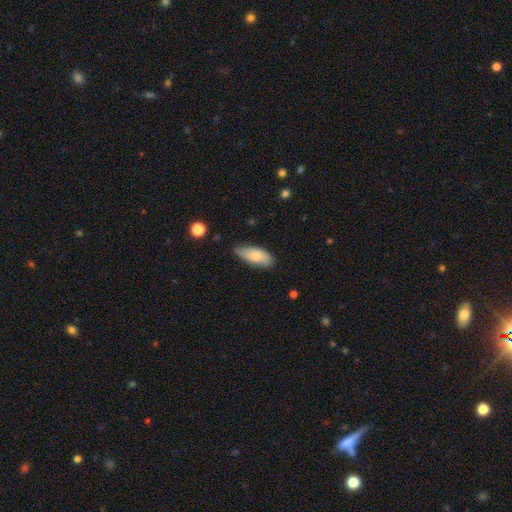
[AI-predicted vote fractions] Smooth or featured? Predicted: smooth (p=0.77). How rounded? Predicted: in between (p=0.84). Merging? Predicted: none (p=0.68).